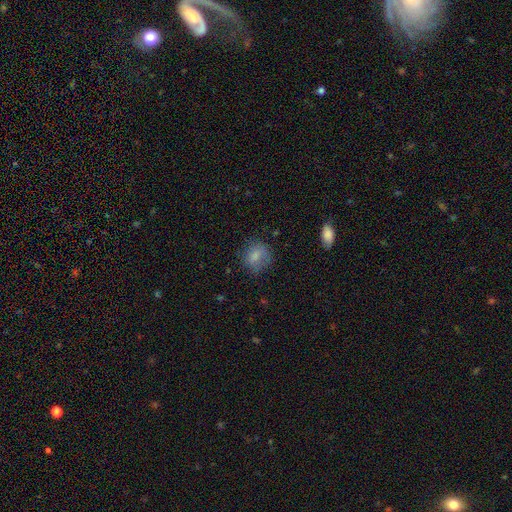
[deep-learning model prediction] The model was most divided on "how rounded": round: 68%, in between: 31%, cigar-shaped: 1%. More confident: smooth or featured — smooth (76%); merging — none (65%).